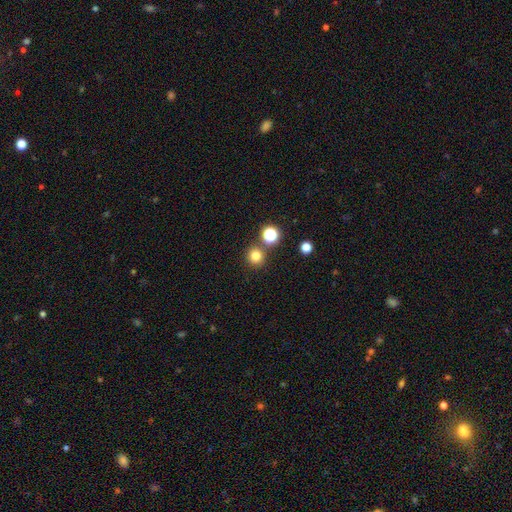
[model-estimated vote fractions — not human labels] smooth 78%, star or artifact 17%, featured or disk 5%. Down the decision tree: how rounded — round (93%); merging — none (82%).